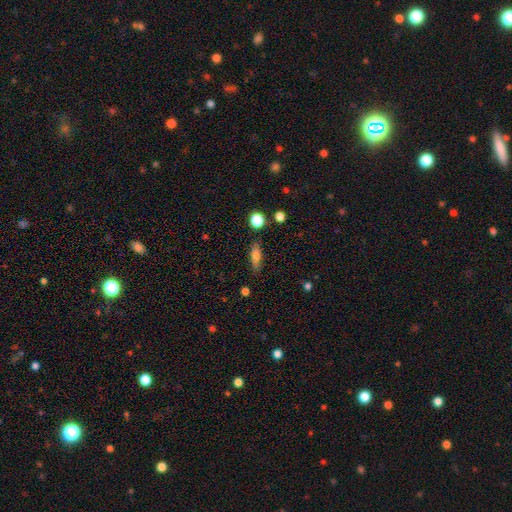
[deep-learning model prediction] The model was most divided on "how rounded": in between: 58%, cigar-shaped: 36%, round: 6%. More confident: merging — none (79%); smooth or featured — smooth (73%).